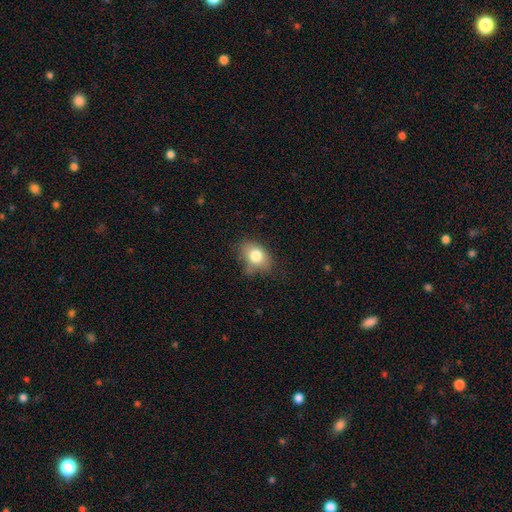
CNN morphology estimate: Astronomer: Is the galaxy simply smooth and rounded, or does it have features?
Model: smooth — 77%.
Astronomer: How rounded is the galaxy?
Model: in between — 74%.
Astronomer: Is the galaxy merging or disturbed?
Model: none — 57%.